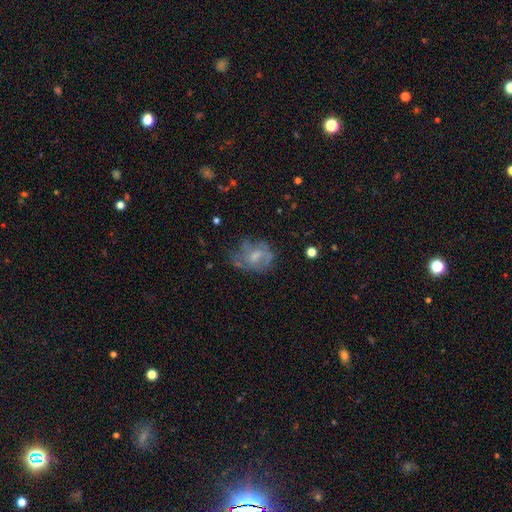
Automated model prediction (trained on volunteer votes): Q: Smooth or featured?
A: featured or disk (50%); runner-up: smooth (39%)
Q: Edge-on disk?
A: no (97%); runner-up: yes (3%)
Q: Merging?
A: none (46%); runner-up: minor disturbance (26%)